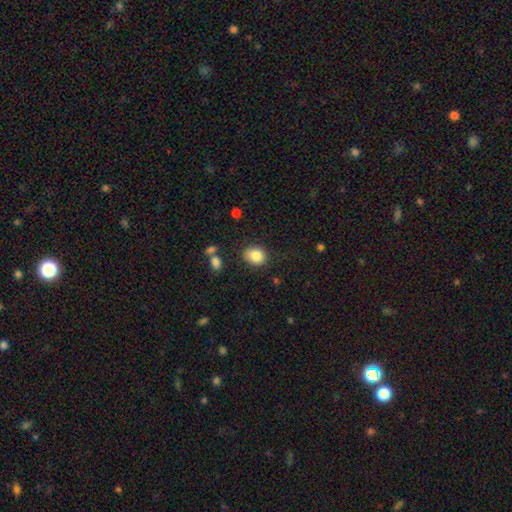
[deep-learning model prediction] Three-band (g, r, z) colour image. It shows a smooth galaxy with no disk features (84%) that is round (62%). Merging: none (77%).